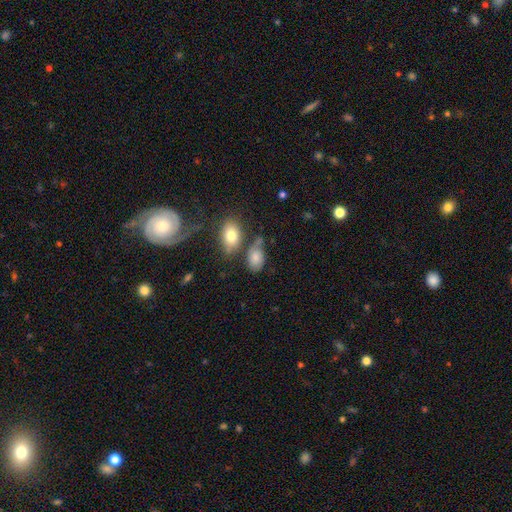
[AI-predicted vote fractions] This is likely a smooth galaxy (76%). How rounded: clearly in between (84%). Merging: possibly none (49%).